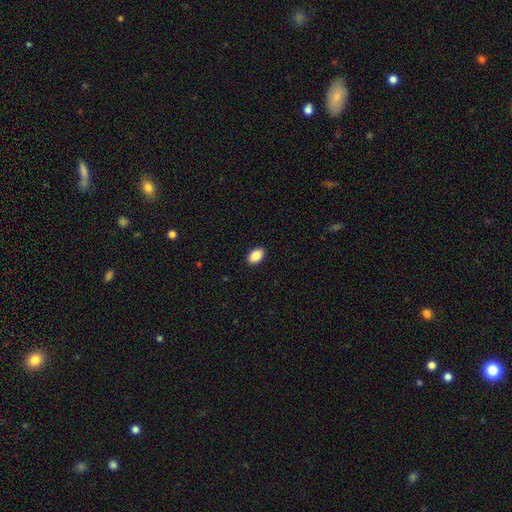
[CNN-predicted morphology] type=smooth (88%); roundness=in between (90%); merging=none (91%).